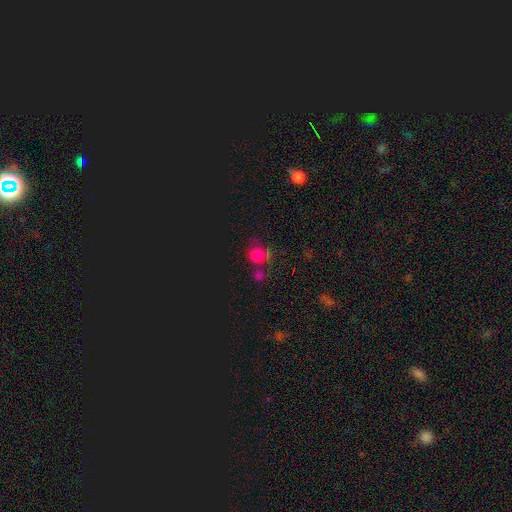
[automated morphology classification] Smooth or featured: smooth — 61% (star or artifact — 31%)
How rounded: round — 83% (in between — 16%)
Merging: none — 53% (merger — 22%)